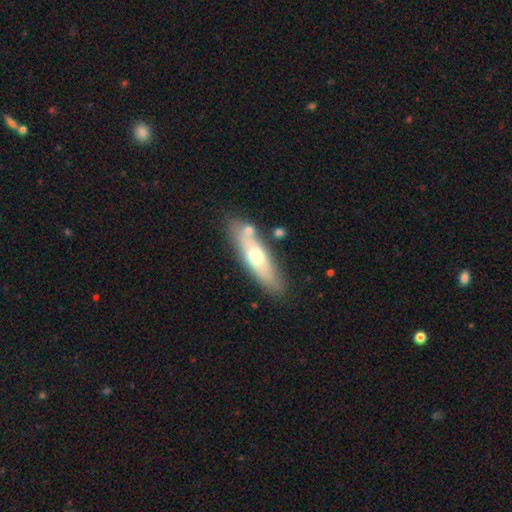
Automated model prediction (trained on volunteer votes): Smooth or featured?
  - smooth: 51% *
  - featured or disk: 43%
  - star or artifact: 6%
How rounded?
  - cigar-shaped: 63% *
  - in between: 35%
  - round: 2%
Merging?
  - none: 73% *
  - minor disturbance: 14%
  - merger: 10%
  - major disturbance: 3%